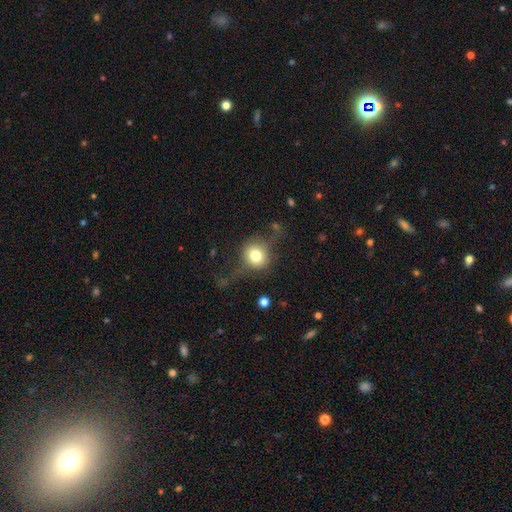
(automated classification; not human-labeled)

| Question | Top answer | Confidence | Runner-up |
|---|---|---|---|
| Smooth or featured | smooth | 70% | featured or disk (19%) |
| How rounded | round | 85% | in between (14%) |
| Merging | none | 57% | minor disturbance (21%) |